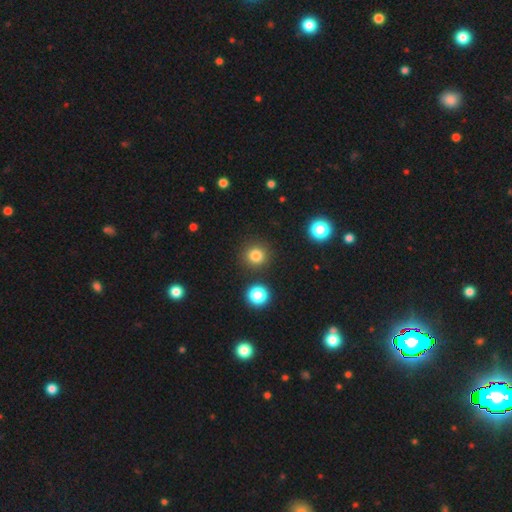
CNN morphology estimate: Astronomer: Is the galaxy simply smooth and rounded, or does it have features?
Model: smooth — 81%.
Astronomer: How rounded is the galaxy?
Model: round — 93%.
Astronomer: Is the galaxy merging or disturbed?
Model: none — 88%.